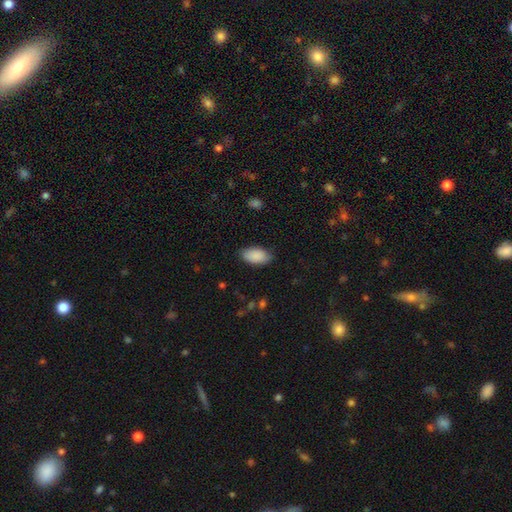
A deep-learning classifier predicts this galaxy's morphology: Smooth or featured? smooth (90%)
How rounded? in between (95%)
Merging? none (81%)